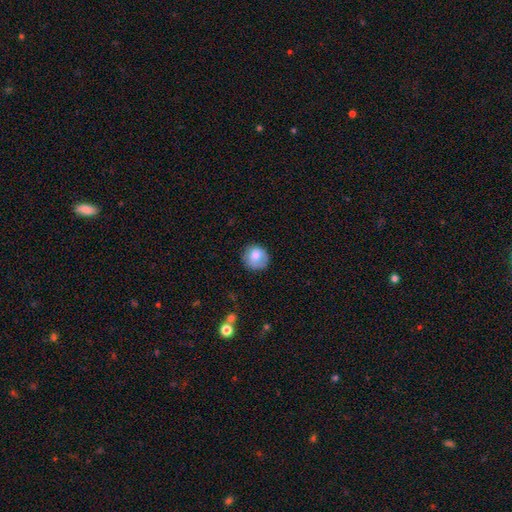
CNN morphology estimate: Overall: smooth (80%). How rounded: round (87%). Merging: none (75%).